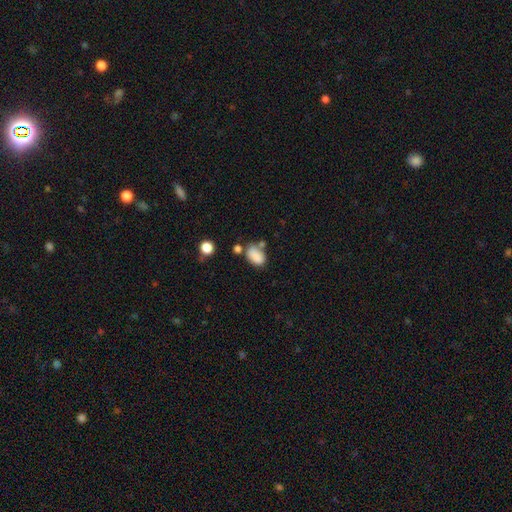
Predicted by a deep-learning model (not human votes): Smooth or featured?
  - smooth: 83% *
  - star or artifact: 10%
  - featured or disk: 7%
How rounded?
  - in between: 86% *
  - round: 12%
  - cigar-shaped: 1%
Merging?
  - none: 53% *
  - minor disturbance: 21%
  - merger: 19%
  - major disturbance: 7%